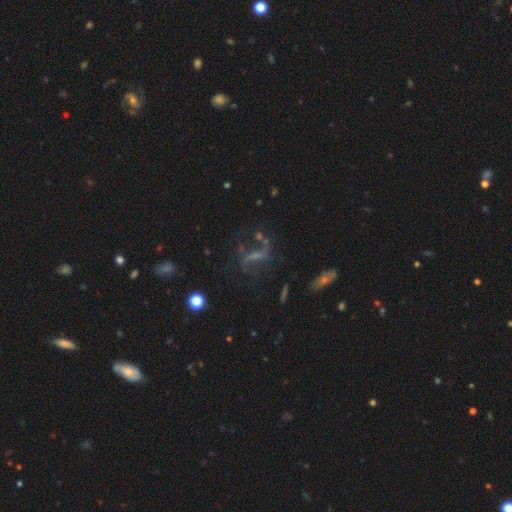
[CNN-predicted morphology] Overall: featured or disk (57%; star or artifact 24%). Edge-on disk: no (88%). Bar: strong (35%; weak 34%). Spiral arms: yes (63%; no 37%). Bulge size: none (44%; small 36%). Merging: none (49%; major disturbance 27%).